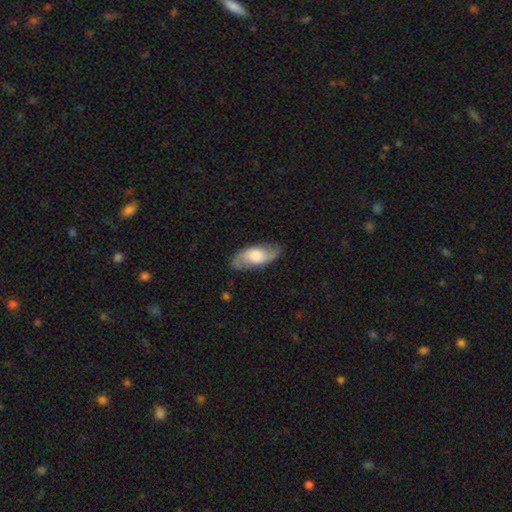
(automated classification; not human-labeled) This appears to be a featured or disk galaxy (48%). Merging: none (78%).